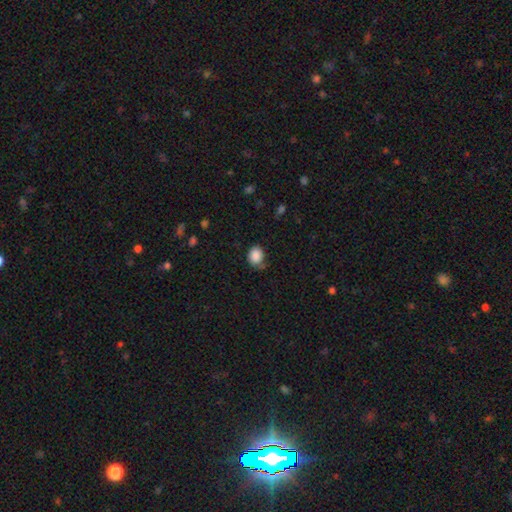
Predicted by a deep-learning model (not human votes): smooth_or_featured: smooth (p=0.87) [alt: star or artifact p=0.08]
how_rounded: round (p=0.53) [alt: in between p=0.46]
merging: none (p=0.61) [alt: minor disturbance p=0.28]